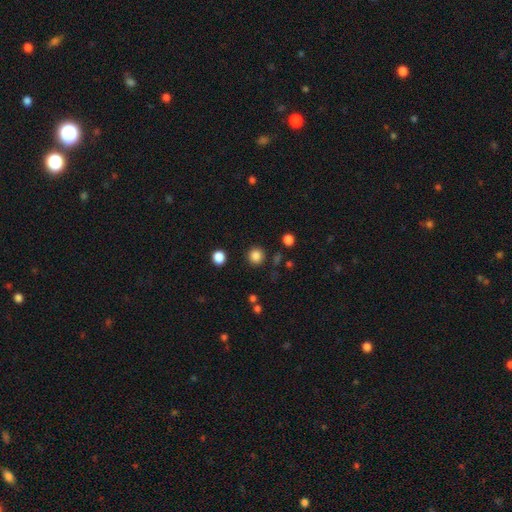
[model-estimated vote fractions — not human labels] This is clearly a smooth galaxy (85%). How rounded: clearly round (93%). Merging: clearly none (89%).